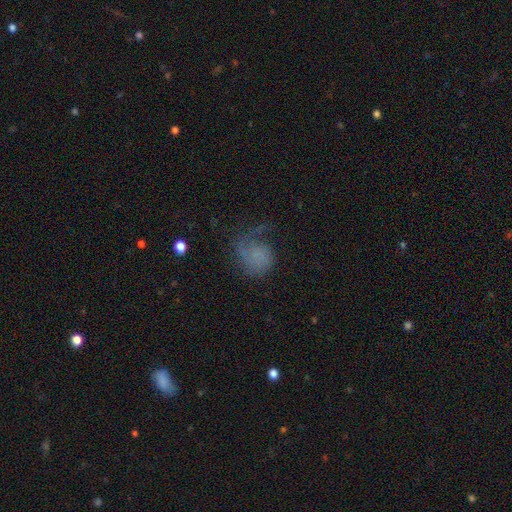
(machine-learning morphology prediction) Overall: smooth (47%; featured or disk 40%). Merging: major disturbance (40%; none 36%).